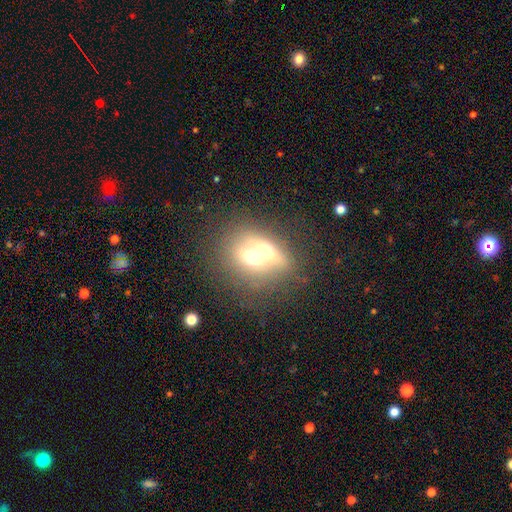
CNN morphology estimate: Smooth or featured? smooth (55%)
How rounded? round (50%)
Merging? merger (66%)